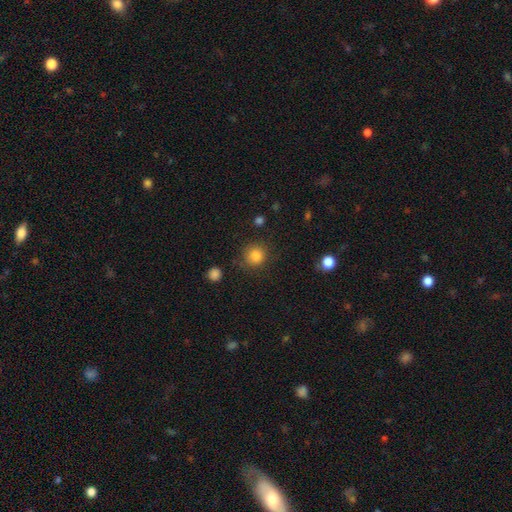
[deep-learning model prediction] A smooth galaxy with no disk features (85%) that is round (91%). Merging: none (83%).